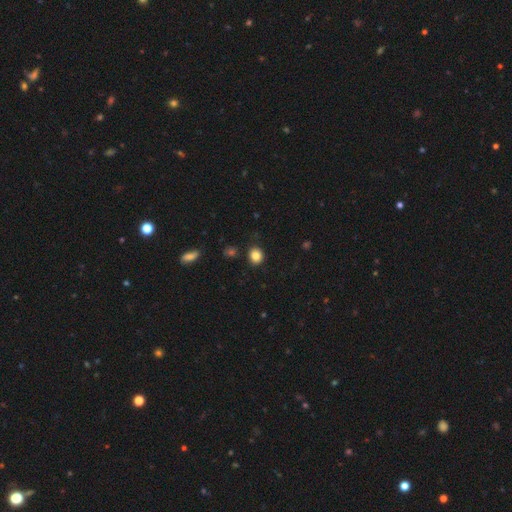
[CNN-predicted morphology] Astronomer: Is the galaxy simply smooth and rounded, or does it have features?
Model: smooth — 84%.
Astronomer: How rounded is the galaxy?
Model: round — 77%.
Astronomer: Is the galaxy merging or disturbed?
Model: none — 88%.